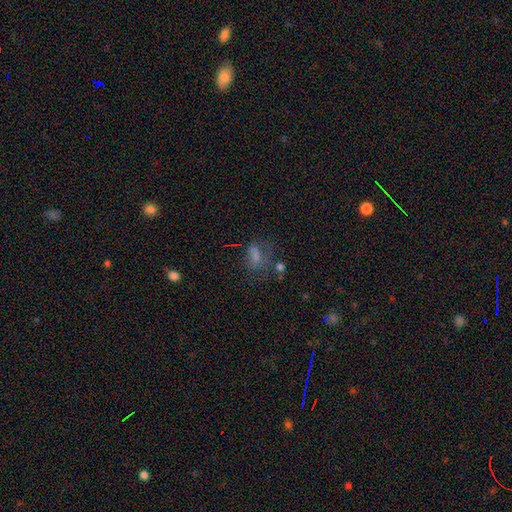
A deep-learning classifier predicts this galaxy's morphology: smooth 46%, star or artifact 32%, featured or disk 22%. Down the decision tree: merging — none (50%).